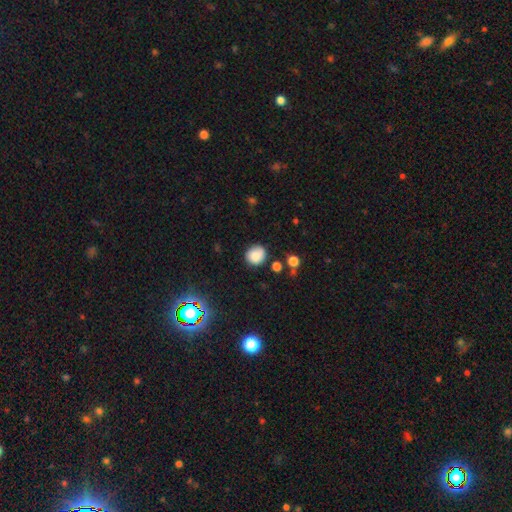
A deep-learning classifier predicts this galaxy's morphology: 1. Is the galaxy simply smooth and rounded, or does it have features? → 83% smooth, 11% star or artifact, 6% featured or disk.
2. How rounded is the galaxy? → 85% round, 14% in between, 1% cigar-shaped.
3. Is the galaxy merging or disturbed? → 80% none, 13% minor disturbance, 3% merger, 3% major disturbance.